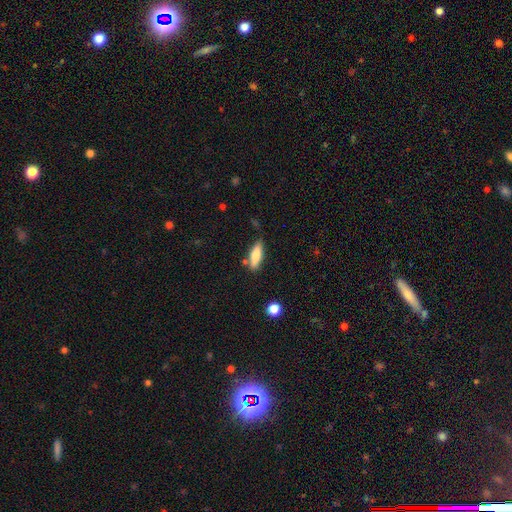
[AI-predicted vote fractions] Overall: smooth (72%). How rounded: cigar-shaped (49%, tied with in between). Merging: none (75%).